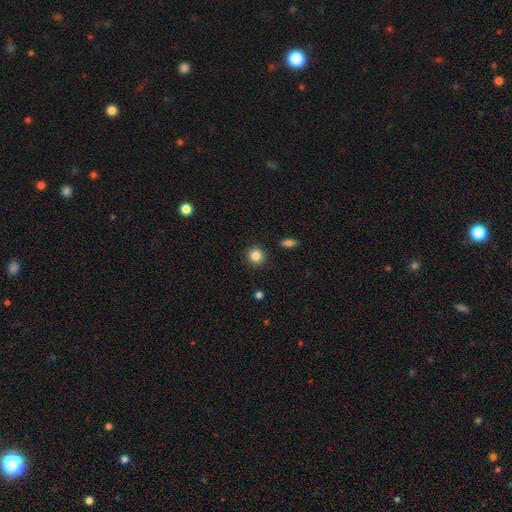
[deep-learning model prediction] Smooth or featured?
  - smooth: 85% *
  - star or artifact: 10%
  - featured or disk: 5%
How rounded?
  - round: 91% *
  - in between: 8%
  - cigar-shaped: 1%
Merging?
  - none: 91% *
  - minor disturbance: 6%
  - major disturbance: 2%
  - merger: 2%